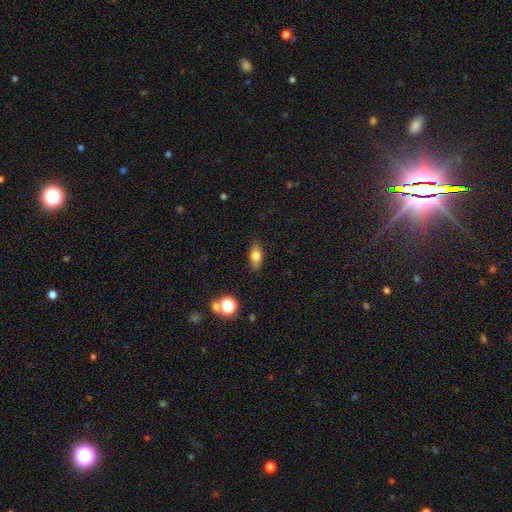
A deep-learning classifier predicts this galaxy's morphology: The model was most divided on "smooth or featured": smooth: 77%, featured or disk: 13%, star or artifact: 10%. More confident: merging — none (84%); how rounded — in between (82%).